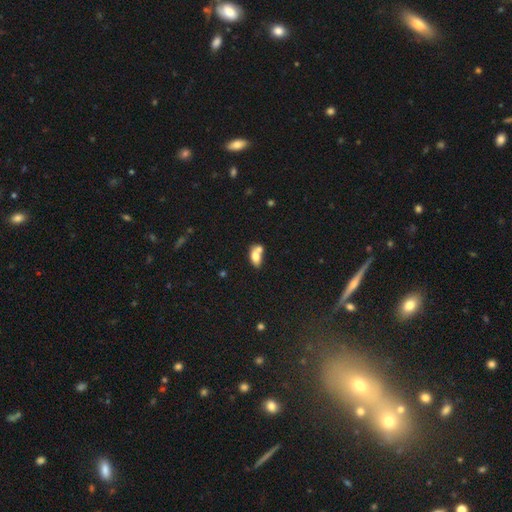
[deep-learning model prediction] A smooth galaxy with no disk features (73%) that is in between round and cigar-shaped (85%).

Vote fractions:
- Smooth or featured? smooth: 73% / featured or disk: 19% / star or artifact: 8%
- How rounded? in between: 85% / round: 11% / cigar-shaped: 4%
- Merging? merger: 55% / none: 30% / minor disturbance: 10% / major disturbance: 4%